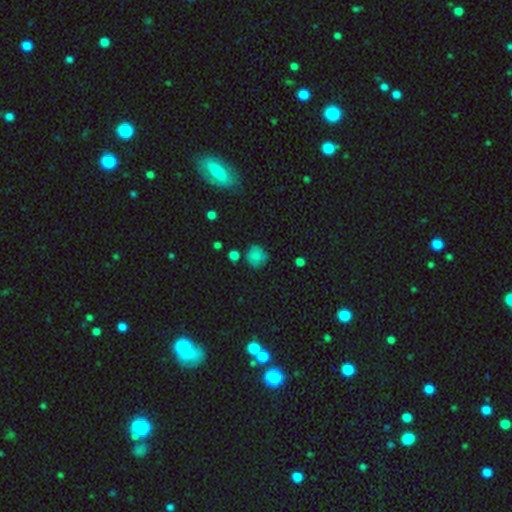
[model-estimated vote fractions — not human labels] The model was most divided on "merging": none: 65%, minor disturbance: 24%, major disturbance: 6%, merger: 5%. More confident: how rounded — round (84%); smooth or featured — smooth (77%).